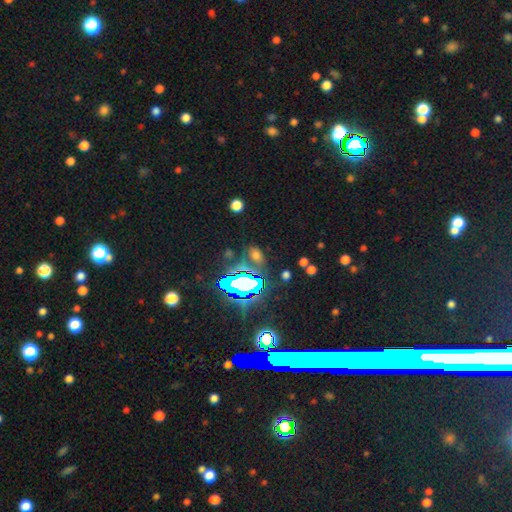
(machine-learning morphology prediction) Smooth or featured: smooth — 46% (star or artifact — 43%)
Merging: none — 69% (minor disturbance — 16%)